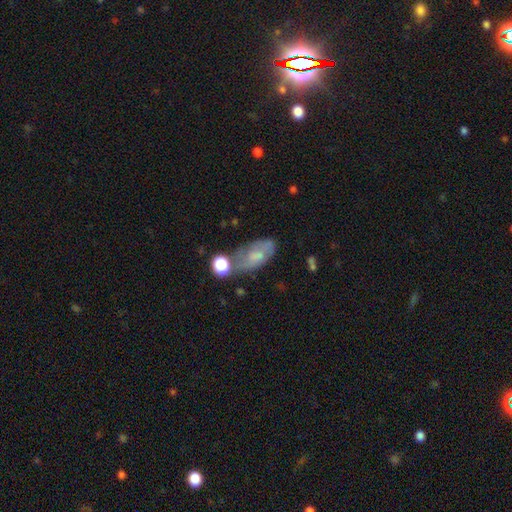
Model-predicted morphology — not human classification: Overall: smooth (48%; featured or disk 42%). Merging: none (46%; minor disturbance 26%).